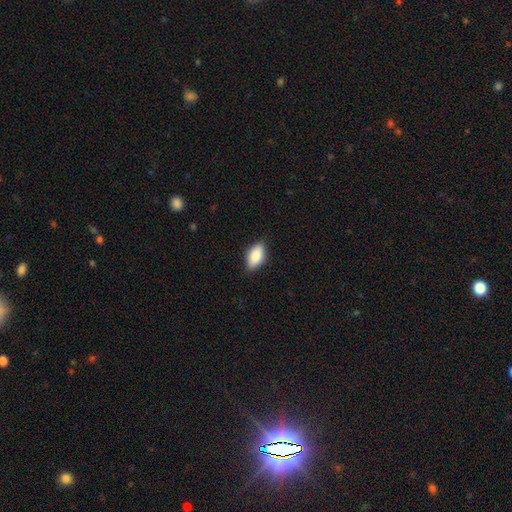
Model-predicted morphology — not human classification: This is clearly a smooth galaxy (85%). How rounded: clearly in between (92%). Merging: clearly none (86%).